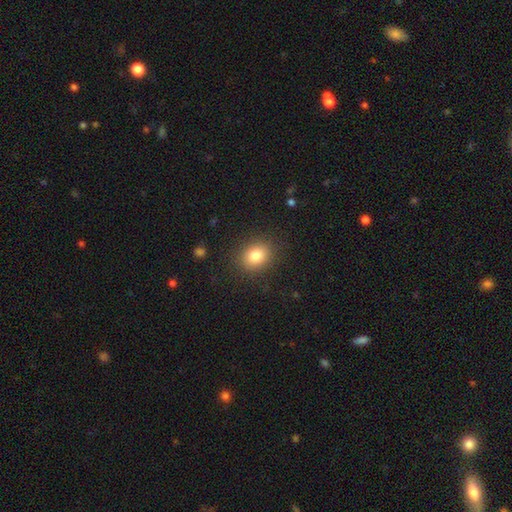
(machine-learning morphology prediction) type=smooth (82%); roundness=round (52%); merging=none (87%).